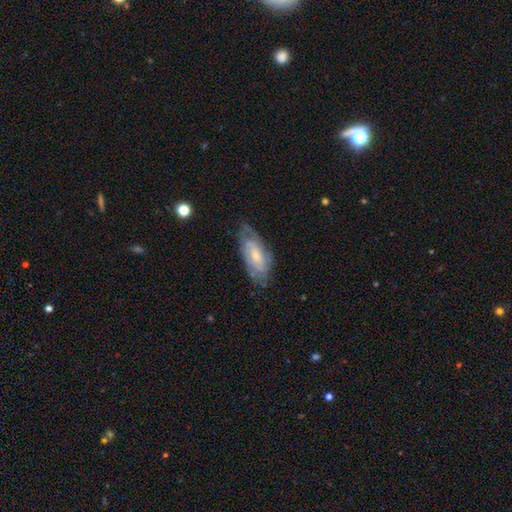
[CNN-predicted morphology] This is possibly a featured or disk galaxy (56%). It is clearly not viewed edge-on (87%). Merging: likely none (63%).